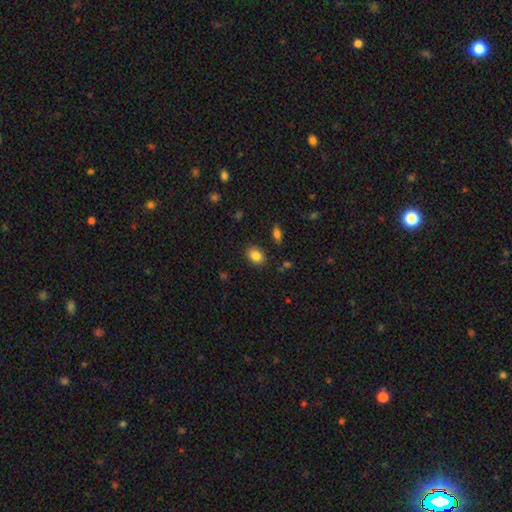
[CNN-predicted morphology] Smooth or featured? smooth (85%)
How rounded? in between (72%)
Merging? none (86%)